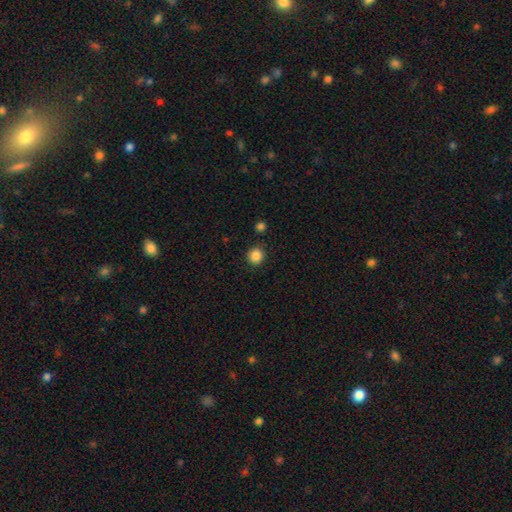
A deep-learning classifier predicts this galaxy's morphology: This appears to be a smooth galaxy with no disk features (86%) that is round (92%). Merging: none (87%).